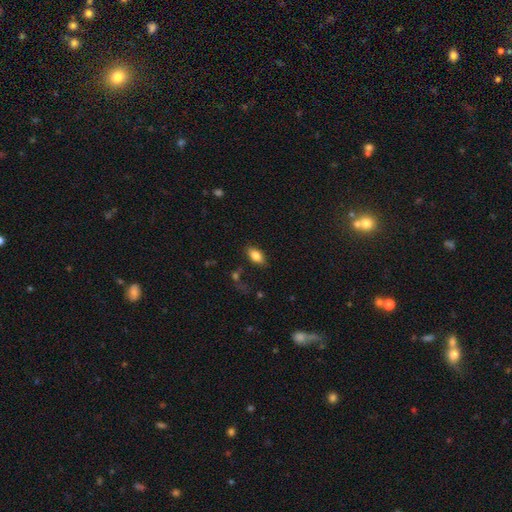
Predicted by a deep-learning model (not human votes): Smooth or featured?
  - smooth: 83% *
  - featured or disk: 9%
  - star or artifact: 8%
How rounded?
  - in between: 90% *
  - round: 6%
  - cigar-shaped: 4%
Merging?
  - none: 81% *
  - minor disturbance: 13%
  - major disturbance: 4%
  - merger: 2%